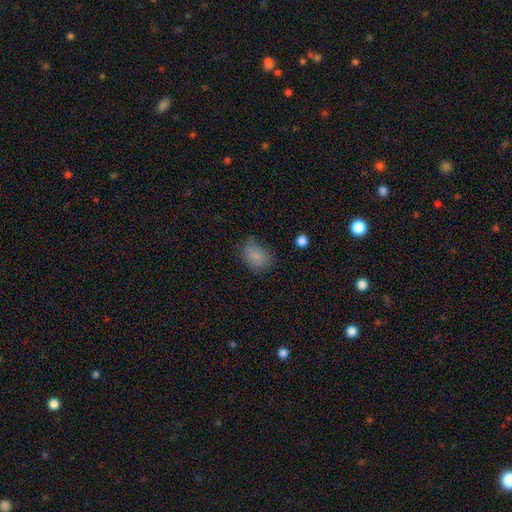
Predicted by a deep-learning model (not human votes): Morphology: type=smooth (82%); roundness=in between (73%); merging=none (60%).